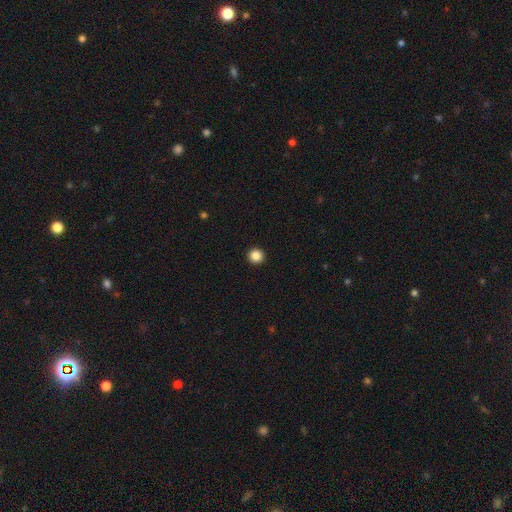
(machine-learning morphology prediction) This is clearly a smooth galaxy (87%). How rounded: clearly round (94%). Merging: clearly none (94%).